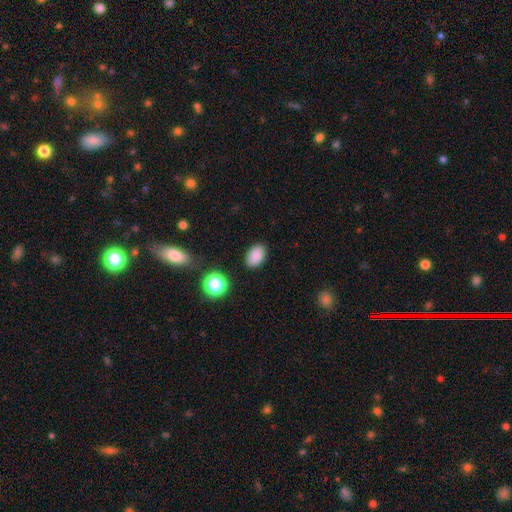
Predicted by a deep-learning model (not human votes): A smooth galaxy with no disk features (86%) that is in between round and cigar-shaped (86%). Merging: none (86%).